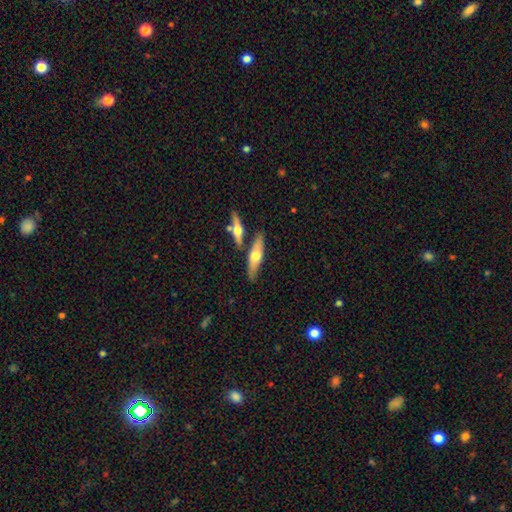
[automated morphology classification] type=featured or disk (55%); edge-on=yes (89%); merging=none (70%).